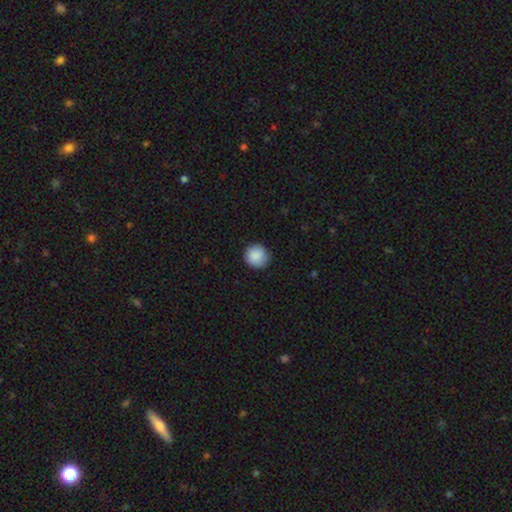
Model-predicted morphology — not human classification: Smooth or featured? smooth (89%)
How rounded? round (94%)
Merging? none (88%)